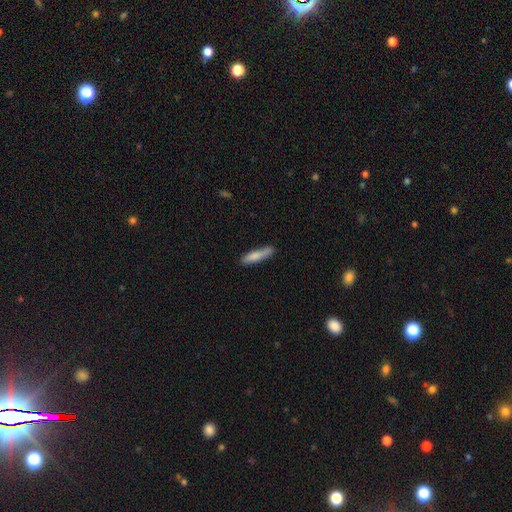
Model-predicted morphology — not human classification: Smooth or featured? Predicted: smooth (p=0.78). How rounded? Predicted: cigar-shaped (p=0.83). Merging? Predicted: none (p=0.73).